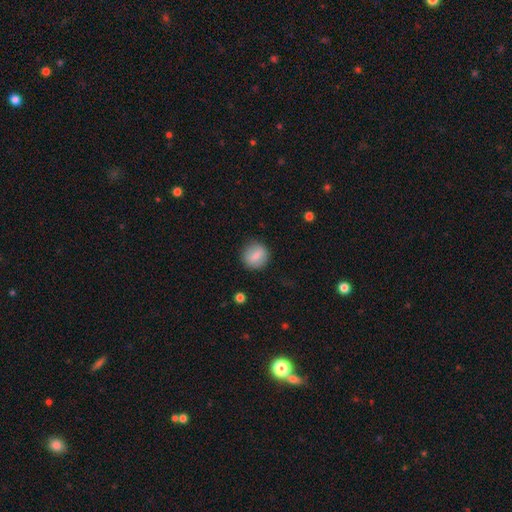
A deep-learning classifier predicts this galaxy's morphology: A smooth galaxy with no disk features (72%) that is round (78%).

Vote fractions:
- Smooth or featured? smooth: 72% / featured or disk: 20% / star or artifact: 8%
- How rounded? round: 78% / in between: 20% / cigar-shaped: 2%
- Merging? none: 85% / minor disturbance: 10% / major disturbance: 4% / merger: 1%